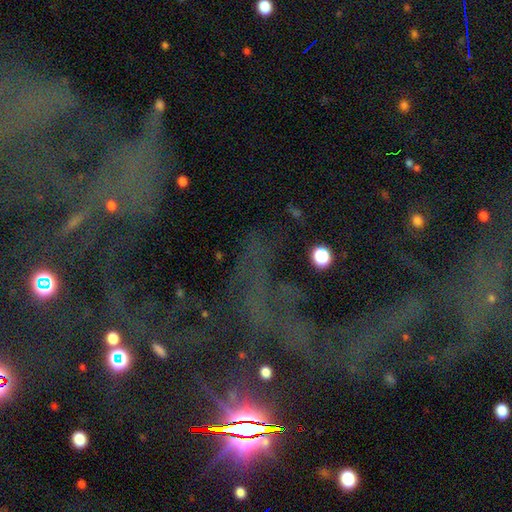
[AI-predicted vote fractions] The model was most divided on "smooth or featured": star or artifact: 74%, featured or disk: 14%, smooth: 12%.